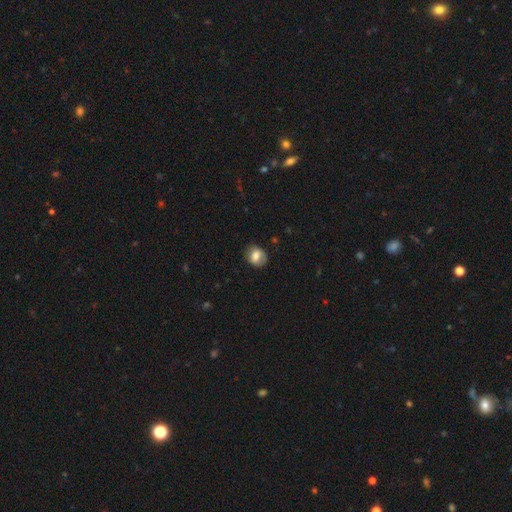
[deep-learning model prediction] smooth-or-featured: smooth: 67% | featured or disk: 24% | star or artifact: 8%
  how-rounded: round: 59% | in between: 40% | cigar-shaped: 1%
  merging: none: 74% | minor disturbance: 19% | major disturbance: 6% | merger: 1%